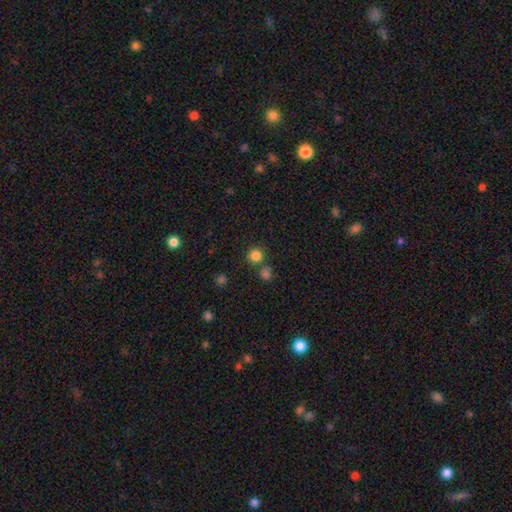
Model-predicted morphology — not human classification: smooth_or_featured: smooth (p=0.82) [alt: star or artifact p=0.14]
how_rounded: round (p=0.93) [alt: in between p=0.06]
merging: none (p=0.76) [alt: merger p=0.15]